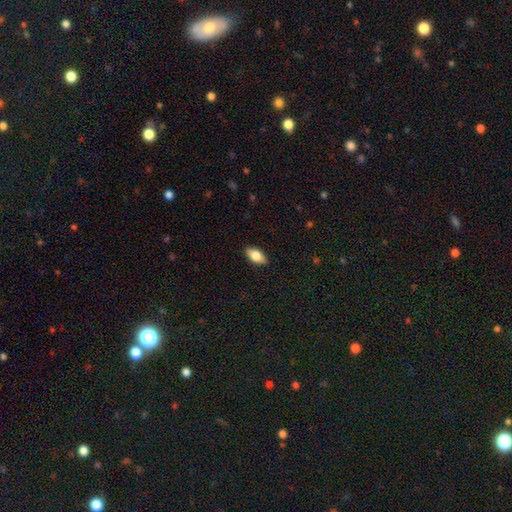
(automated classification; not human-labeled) smooth-or-featured: smooth: 77% | featured or disk: 16% | star or artifact: 7%
  how-rounded: in between: 89% | cigar-shaped: 8% | round: 4%
  merging: none: 88% | minor disturbance: 9% | major disturbance: 2% | merger: 1%